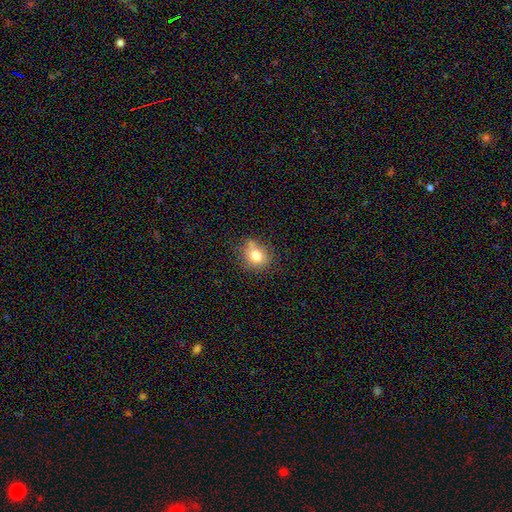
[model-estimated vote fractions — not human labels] smooth 77%, star or artifact 12%, featured or disk 11%. Down the decision tree: how rounded — round (67%); merging — none (63%).